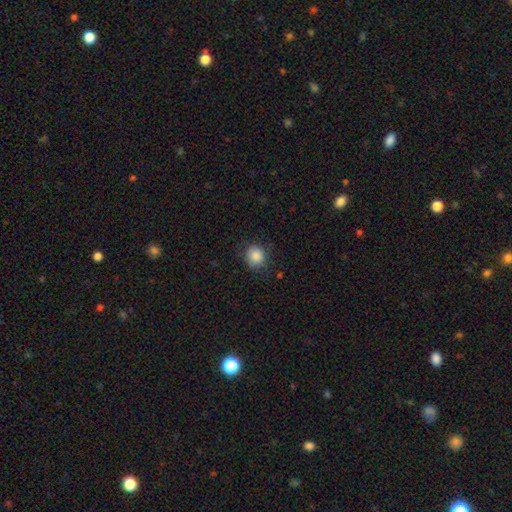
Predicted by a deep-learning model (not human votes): Morphology: type=smooth (87%); roundness=round (85%); merging=none (83%).